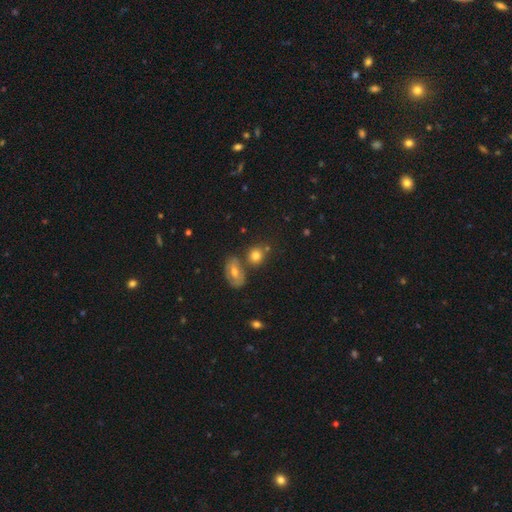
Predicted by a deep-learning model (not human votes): This is likely a smooth galaxy (73%). How rounded: likely round (72%). Merging: likely none (60%).